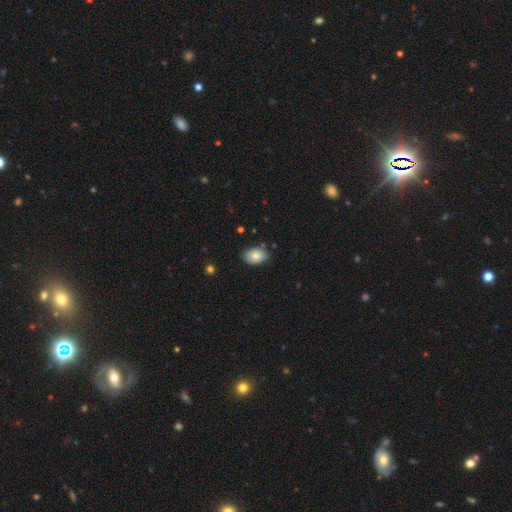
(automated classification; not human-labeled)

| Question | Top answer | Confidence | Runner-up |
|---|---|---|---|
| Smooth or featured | smooth | 82% | featured or disk (11%) |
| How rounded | in between | 87% | round (12%) |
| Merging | none | 82% | minor disturbance (14%) |